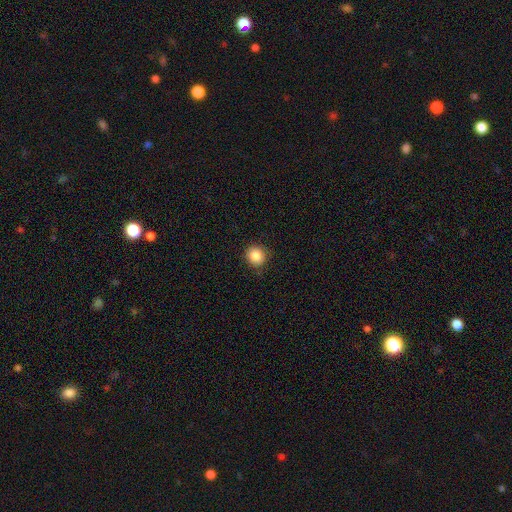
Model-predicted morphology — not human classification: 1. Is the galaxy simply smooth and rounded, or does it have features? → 86% smooth, 10% star or artifact, 4% featured or disk.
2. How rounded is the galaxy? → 90% round, 9% in between, 1% cigar-shaped.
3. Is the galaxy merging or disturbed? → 87% none, 9% minor disturbance, 2% major disturbance, 1% merger.